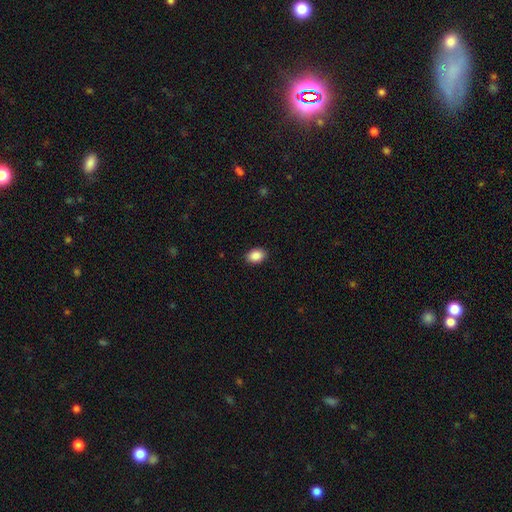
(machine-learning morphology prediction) Smooth or featured? Predicted: smooth (p=0.89). How rounded? Predicted: in between (p=0.72). Merging? Predicted: none (p=0.89).